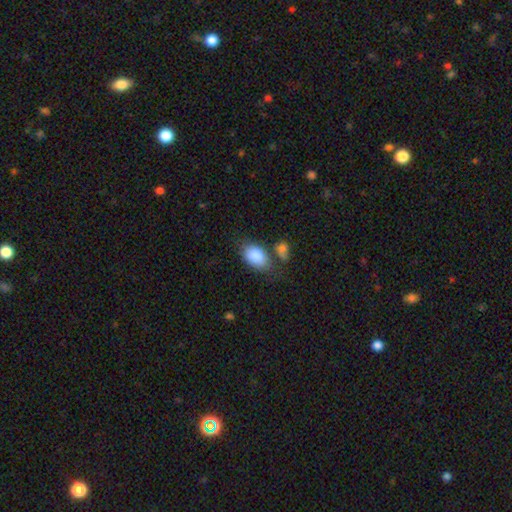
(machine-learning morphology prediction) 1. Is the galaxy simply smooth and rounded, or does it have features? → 87% smooth, 7% featured or disk, 6% star or artifact.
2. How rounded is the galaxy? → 91% in between, 8% round, 1% cigar-shaped.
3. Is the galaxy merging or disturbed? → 55% none, 19% minor disturbance, 18% merger, 7% major disturbance.